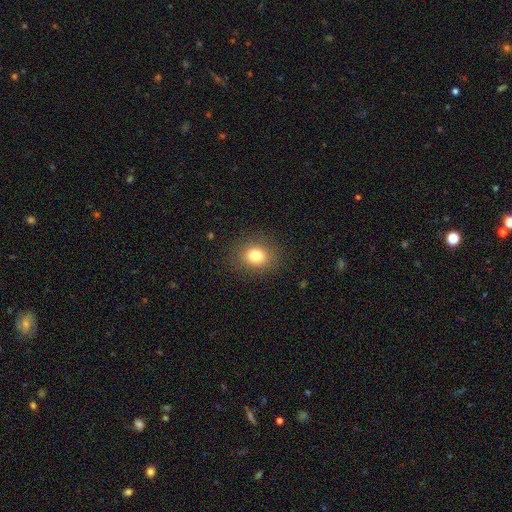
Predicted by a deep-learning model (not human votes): A smooth galaxy with no disk features (80%) that is round (63%).

Vote fractions:
- Smooth or featured? smooth: 80% / star or artifact: 12% / featured or disk: 8%
- How rounded? round: 63% / in between: 36% / cigar-shaped: 1%
- Merging? none: 87% / minor disturbance: 8% / major disturbance: 4% / merger: 1%